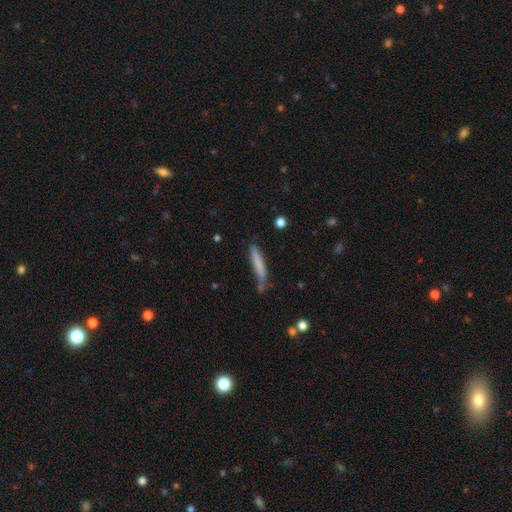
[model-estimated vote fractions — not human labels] smooth_or_featured: smooth (p=0.71) [alt: featured or disk p=0.22]
how_rounded: cigar-shaped (p=0.93) [alt: in between p=0.05]
merging: none (p=0.63) [alt: minor disturbance p=0.25]